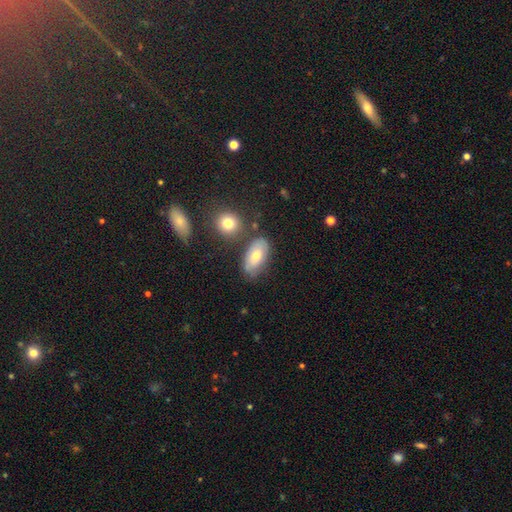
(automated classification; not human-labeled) A smooth galaxy with no disk features (62%) that is in between round and cigar-shaped (90%). Merging: none (67%).